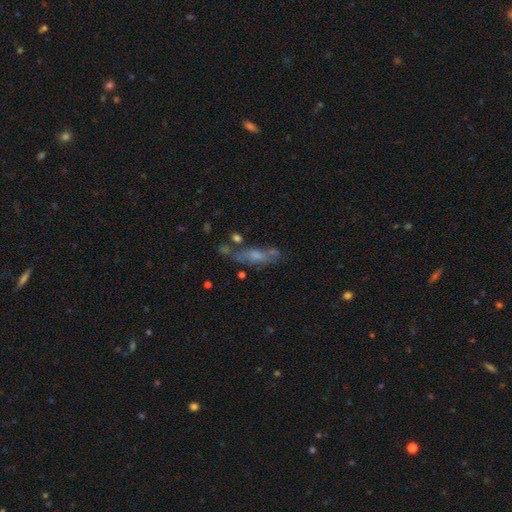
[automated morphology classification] This appears to be a smooth galaxy with no disk features (46%). Merging: none (50%).